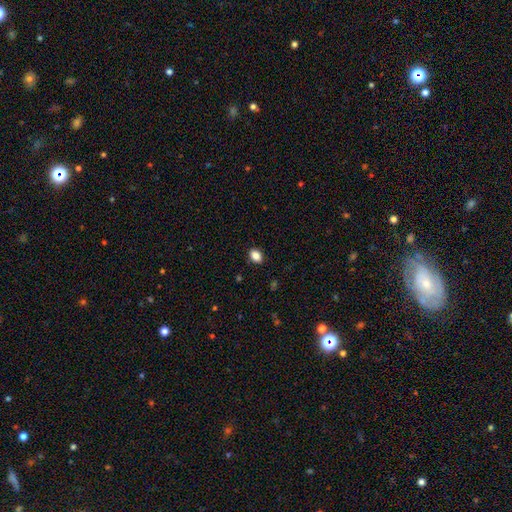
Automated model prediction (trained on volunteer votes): Morphology: type=smooth (87%); roundness=in between (75%); merging=none (89%).